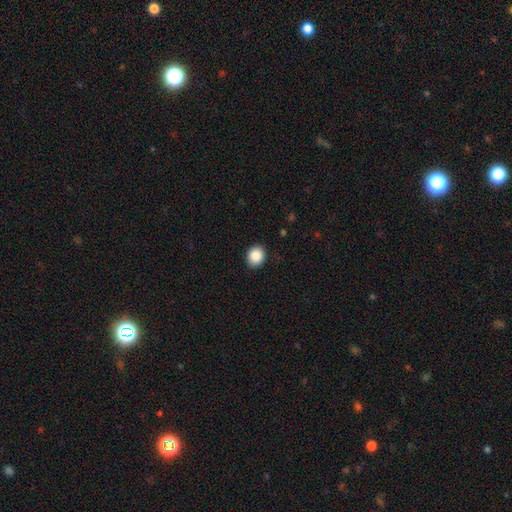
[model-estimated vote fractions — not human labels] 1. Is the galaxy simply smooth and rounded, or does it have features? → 88% smooth, 8% star or artifact, 3% featured or disk.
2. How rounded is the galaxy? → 60% round, 39% in between, 1% cigar-shaped.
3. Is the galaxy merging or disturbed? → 90% none, 7% minor disturbance, 2% major disturbance, 1% merger.